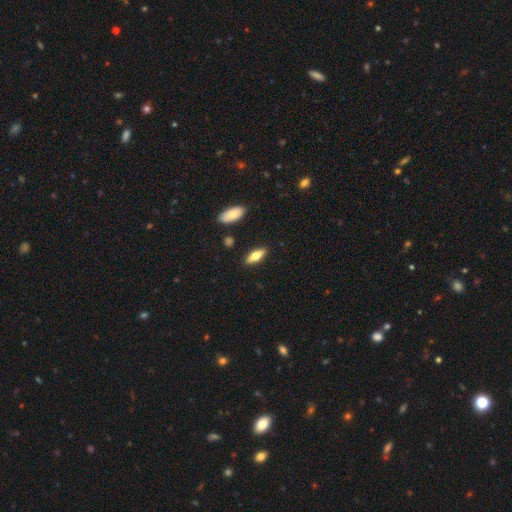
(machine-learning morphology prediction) Smooth or featured: smooth — 60% (featured or disk — 33%)
How rounded: in between — 63% (cigar-shaped — 34%)
Merging: none — 86% (minor disturbance — 9%)